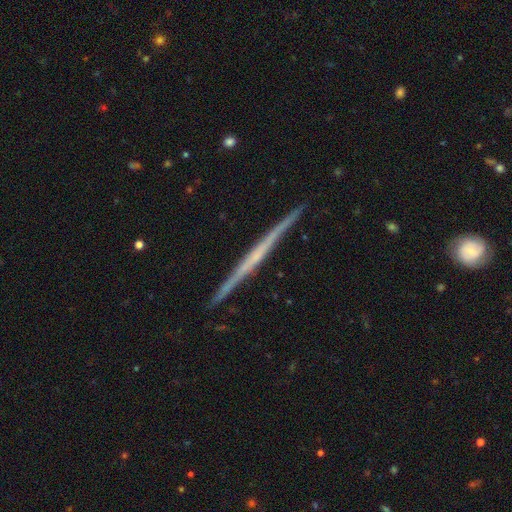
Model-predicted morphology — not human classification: smooth_or_featured: featured or disk (p=0.72) [alt: smooth p=0.23]
disk_edge_on: yes (p=0.98) [alt: no p=0.02]
edge_on_bulge: none (p=0.79) [alt: rounded p=0.15]
merging: none (p=0.92) [alt: minor disturbance p=0.06]